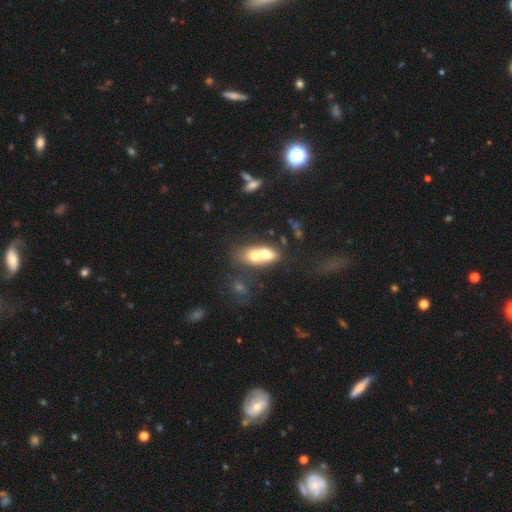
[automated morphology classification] Overall: smooth (61%; featured or disk 29%). How rounded: in between (69%). Merging: merger (71%).